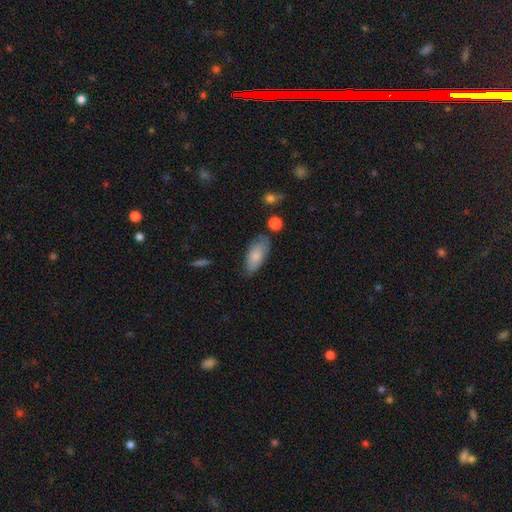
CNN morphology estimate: smooth-or-featured: smooth: 80% | featured or disk: 14% | star or artifact: 6%
  how-rounded: in between: 89% | cigar-shaped: 9% | round: 2%
  merging: none: 66% | minor disturbance: 25% | major disturbance: 5% | merger: 3%